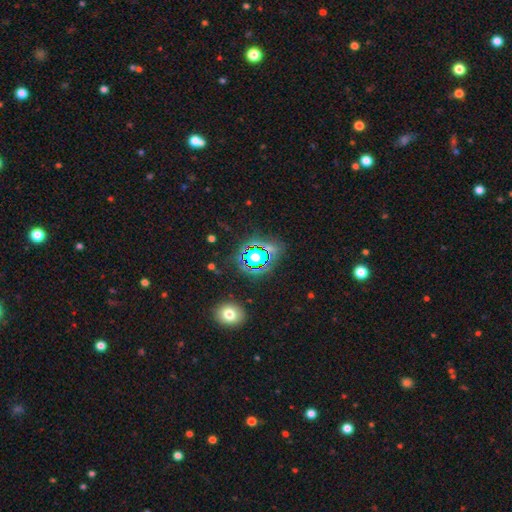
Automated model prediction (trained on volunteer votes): A star or artifact, not a galaxy (58%).